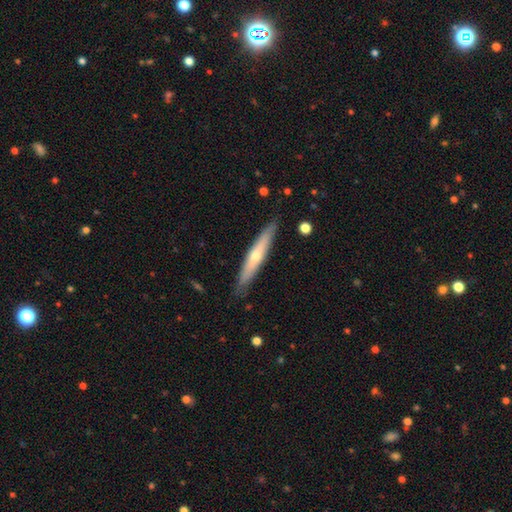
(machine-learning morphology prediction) This is possibly a featured or disk galaxy (50%). It is clearly viewed edge-on (89%). Merging: clearly none (87%).